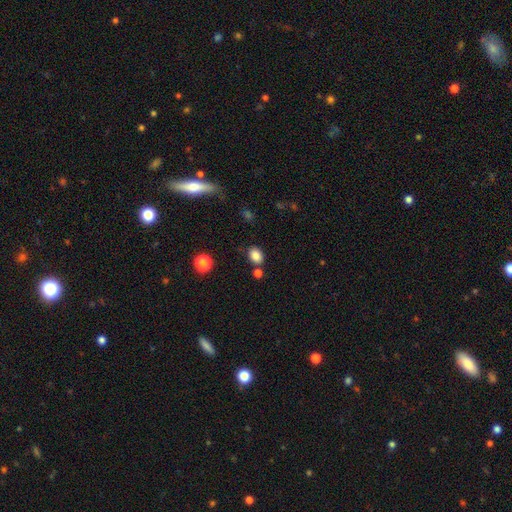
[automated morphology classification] The model was most divided on "how rounded": in between: 68%, round: 31%, cigar-shaped: 1%. More confident: smooth or featured — smooth (85%); merging — none (76%).